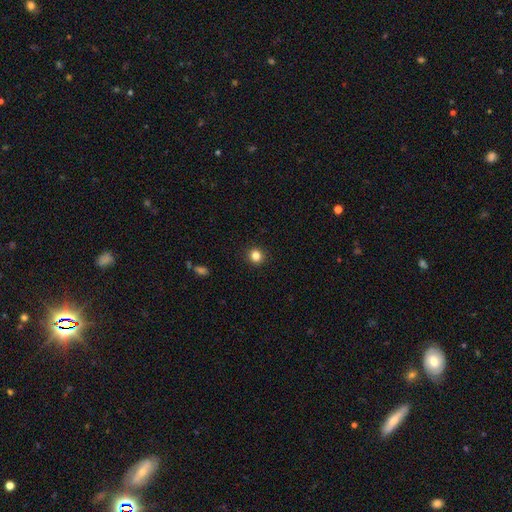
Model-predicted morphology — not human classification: Q: Smooth or featured?
A: smooth (82%); runner-up: star or artifact (13%)
Q: How rounded?
A: round (90%); runner-up: in between (9%)
Q: Merging?
A: none (92%); runner-up: minor disturbance (5%)